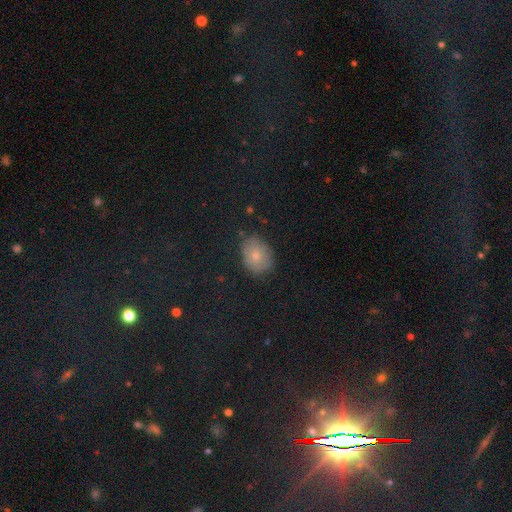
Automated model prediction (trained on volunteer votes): Overall: smooth (74%). How rounded: in between (61%; round 38%). Merging: none (79%).